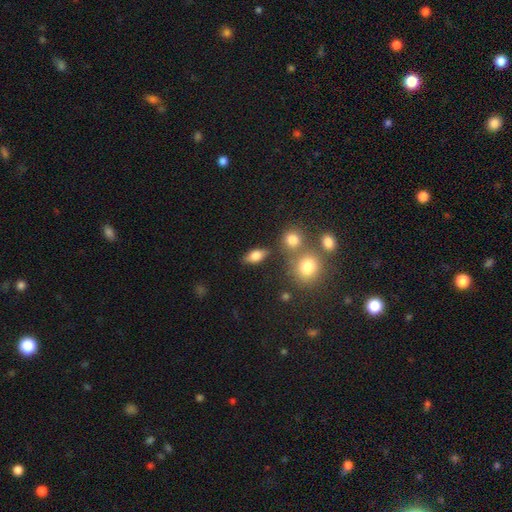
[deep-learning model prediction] Q: Smooth or featured?
A: smooth (78%); runner-up: featured or disk (13%)
Q: How rounded?
A: in between (82%); runner-up: round (11%)
Q: Merging?
A: none (76%); runner-up: minor disturbance (12%)